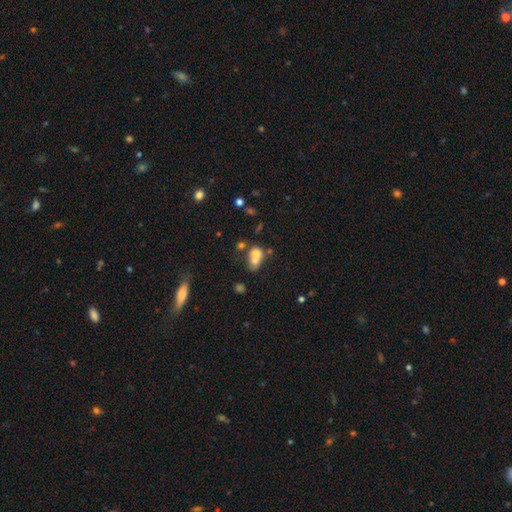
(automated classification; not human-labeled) Smooth or featured? Predicted: smooth (p=0.68). How rounded? Predicted: round (p=0.51). Merging? Predicted: merger (p=0.63).